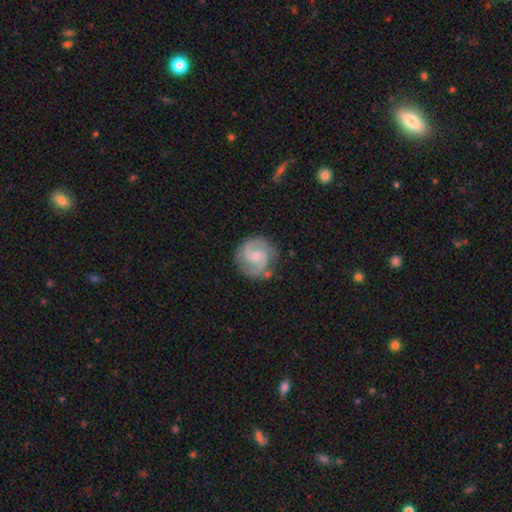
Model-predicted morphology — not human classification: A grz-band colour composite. It shows a featured or disk galaxy (85%) with no bar (58%), 2 (86%) medium (50%) spiral arms (97%) and a small central bulge (60%). Merging: none (78%).